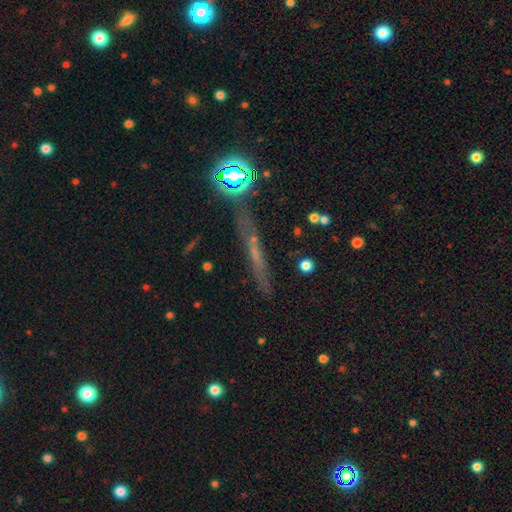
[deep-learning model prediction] This is marginally a smooth galaxy (42%). Merging: likely none (76%).